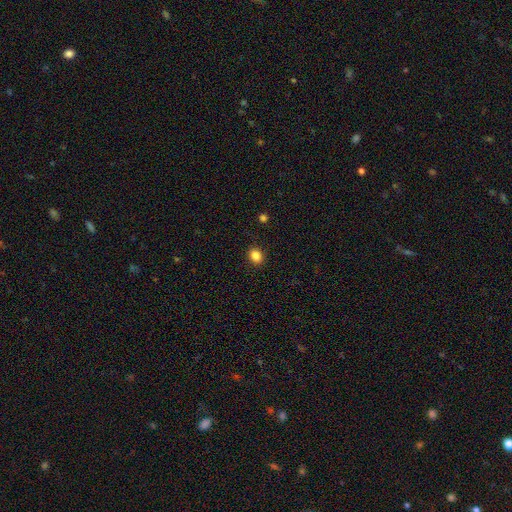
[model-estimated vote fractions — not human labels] Morphology: type=smooth (85%); roundness=round (64%); merging=none (90%).